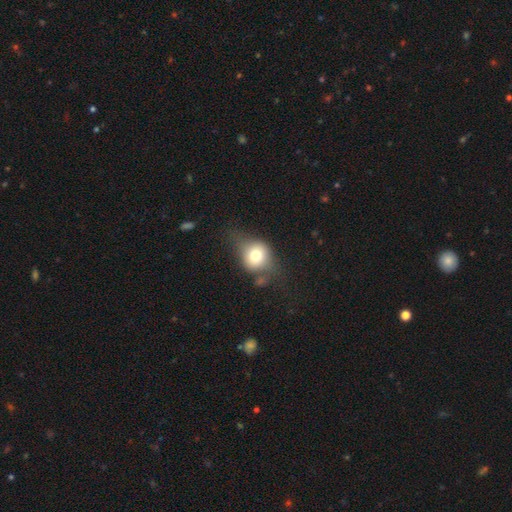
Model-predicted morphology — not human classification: Smooth or featured: smooth — 64% (featured or disk — 25%)
How rounded: round — 67% (in between — 31%)
Merging: none — 50% (minor disturbance — 28%)